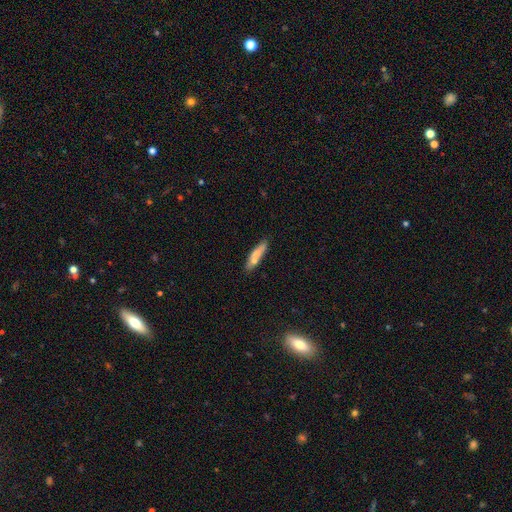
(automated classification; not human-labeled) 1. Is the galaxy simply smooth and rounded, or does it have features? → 69% smooth, 24% featured or disk, 7% star or artifact.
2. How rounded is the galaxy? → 76% cigar-shaped, 22% in between, 2% round.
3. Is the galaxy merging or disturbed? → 68% none, 17% minor disturbance, 11% merger, 4% major disturbance.